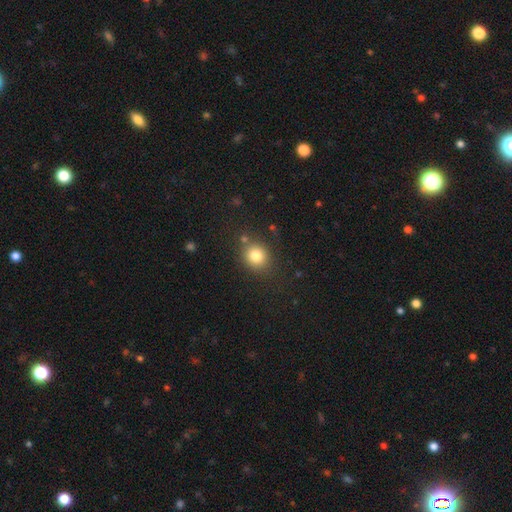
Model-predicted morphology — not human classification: type=smooth (81%); roundness=round (78%); merging=none (79%).